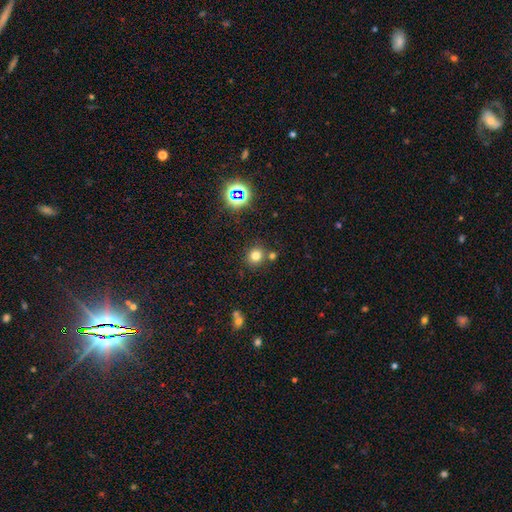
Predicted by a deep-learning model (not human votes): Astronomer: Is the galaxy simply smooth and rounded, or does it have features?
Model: smooth — 76%.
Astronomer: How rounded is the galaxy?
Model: round — 86%.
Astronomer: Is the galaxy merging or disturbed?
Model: none — 75%.